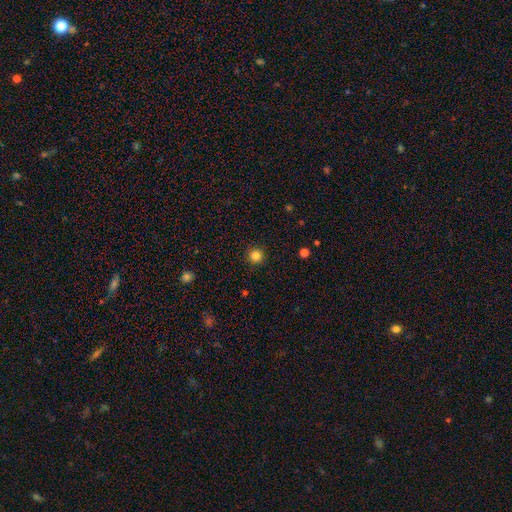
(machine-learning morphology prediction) This appears to be a smooth galaxy with no disk features (84%) that is round (95%). Merging: none (92%).